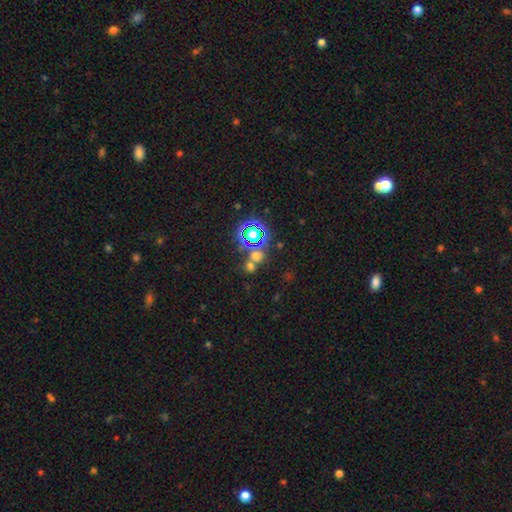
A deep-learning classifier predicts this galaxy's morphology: This is possibly a smooth galaxy (50%). How rounded: likely round (76%). Merging: possibly none (56%).